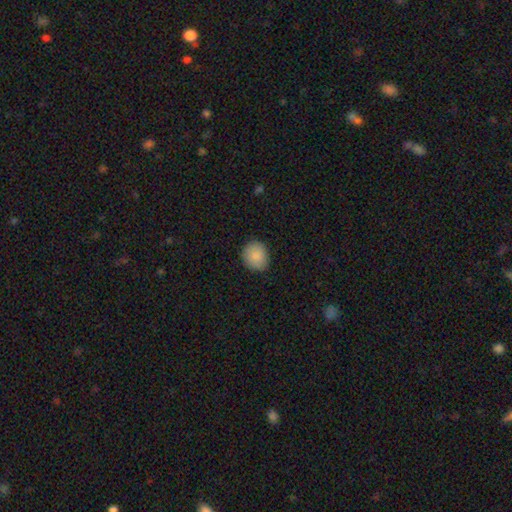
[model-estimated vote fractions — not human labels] A smooth galaxy with no disk features (88%) that is round (68%). Merging: none (85%).